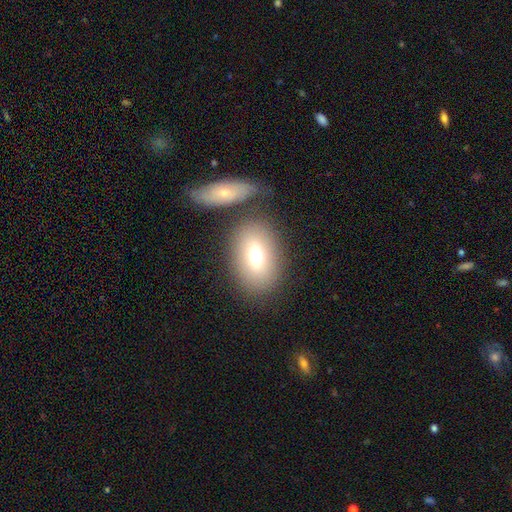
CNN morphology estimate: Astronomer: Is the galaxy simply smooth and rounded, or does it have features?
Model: smooth — 69%.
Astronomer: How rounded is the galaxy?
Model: in between — 80%.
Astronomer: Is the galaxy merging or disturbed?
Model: none — 70%.